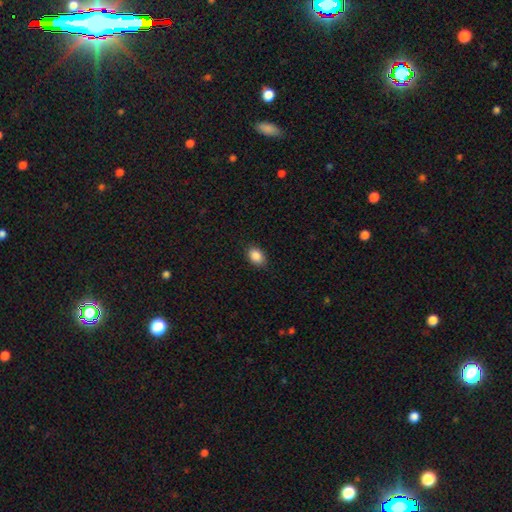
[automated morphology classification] This appears to be a smooth galaxy with no disk features (88%) that is in between round and cigar-shaped (80%). Merging: none (87%).